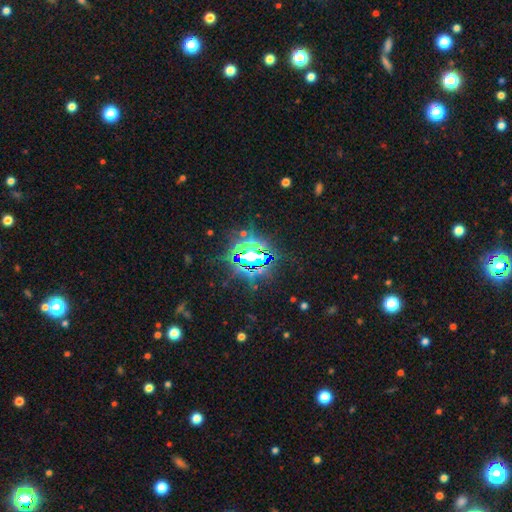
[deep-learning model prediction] Q: Smooth or featured?
A: star or artifact (77%); runner-up: smooth (13%)